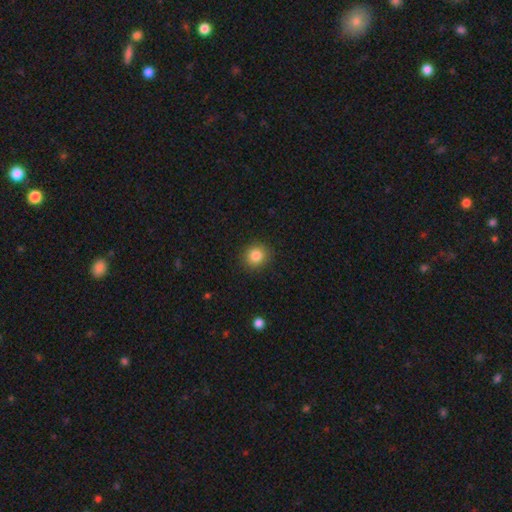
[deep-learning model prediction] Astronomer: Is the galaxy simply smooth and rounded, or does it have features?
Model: smooth — 85%.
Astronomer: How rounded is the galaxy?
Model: round — 88%.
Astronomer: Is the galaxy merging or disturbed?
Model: none — 90%.